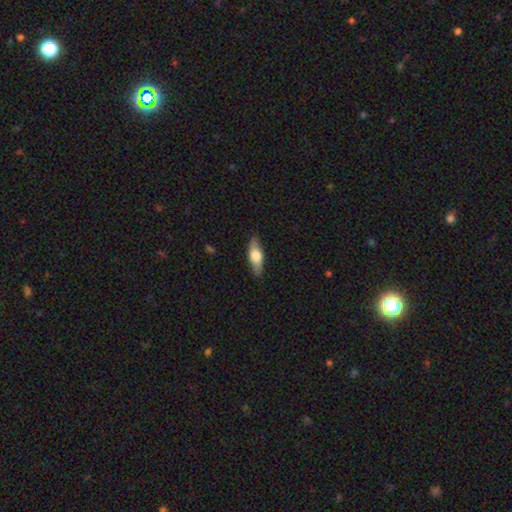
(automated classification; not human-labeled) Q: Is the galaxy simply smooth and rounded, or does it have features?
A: smooth — 60%.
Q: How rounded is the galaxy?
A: in between — 63%.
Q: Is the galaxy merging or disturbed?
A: none — 87%.